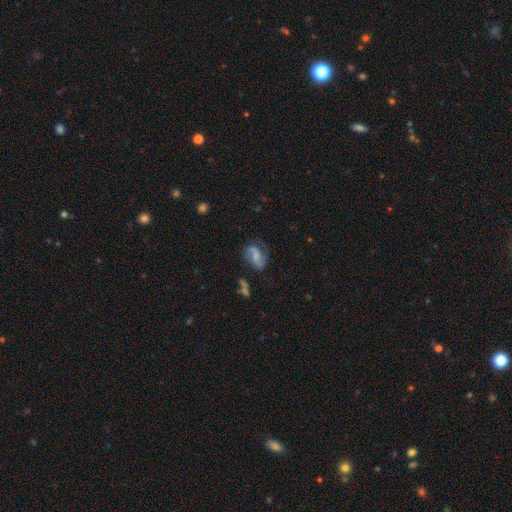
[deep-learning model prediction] The model was most divided on "spiral winding": loose: 44%, medium: 41%, tight: 15%. Remaining: edge-on disk — no (97%); spiral arms — yes (90%); spiral arm count — 2 (82%); smooth or featured — featured or disk (69%); merging — none (60%); bar — weak (44%); bulge size — small (40%).